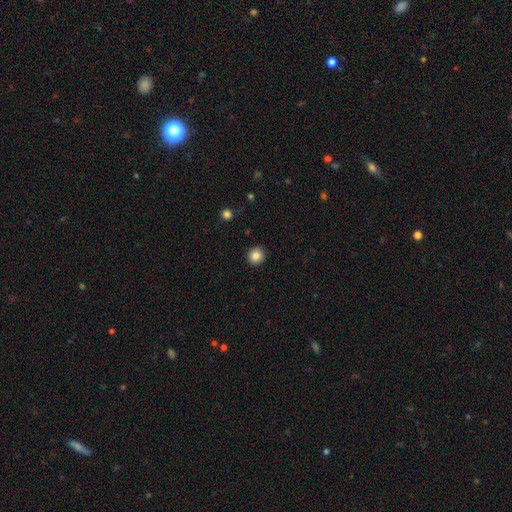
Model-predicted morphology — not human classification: The model was most divided on "smooth or featured": smooth: 85%, star or artifact: 10%, featured or disk: 6%. More confident: merging — none (92%); how rounded — round (92%).